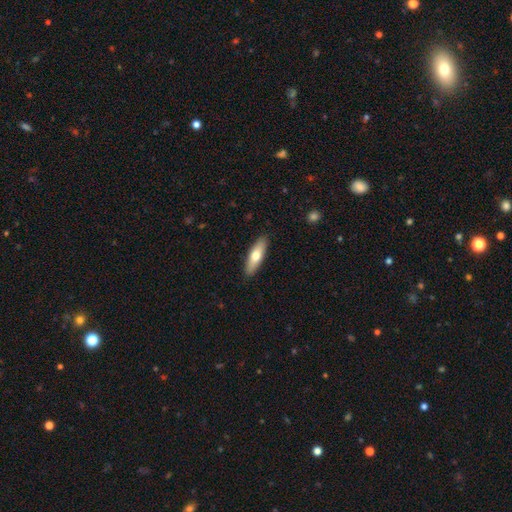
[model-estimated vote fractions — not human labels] smooth_or_featured: smooth (p=0.66) [alt: featured or disk p=0.28]
how_rounded: cigar-shaped (p=0.52) [alt: in between p=0.46]
merging: none (p=0.89) [alt: minor disturbance p=0.08]